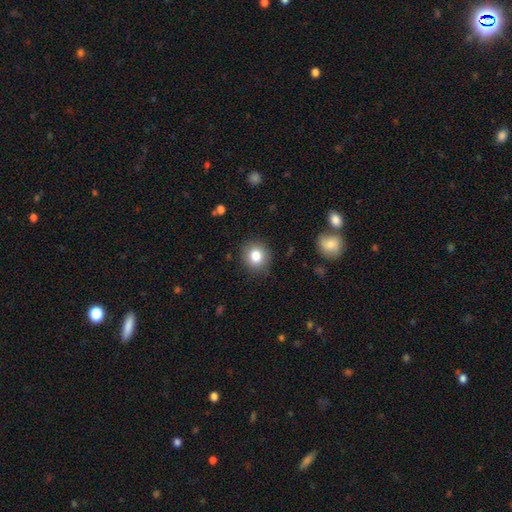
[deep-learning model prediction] smooth-or-featured: smooth: 81% | star or artifact: 10% | featured or disk: 8%
  how-rounded: round: 82% | in between: 17% | cigar-shaped: 1%
  merging: none: 87% | minor disturbance: 9% | major disturbance: 3% | merger: 1%